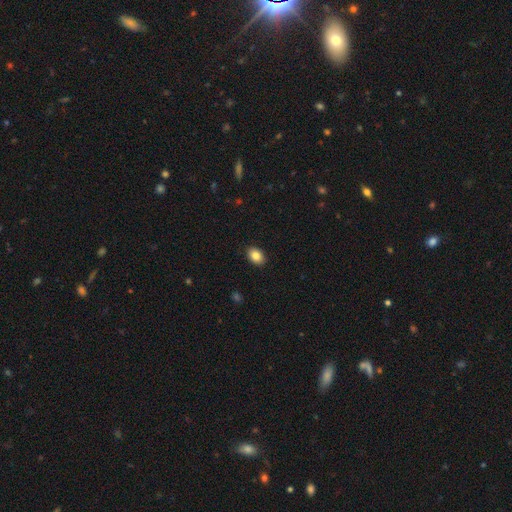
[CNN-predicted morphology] Smooth or featured: smooth — 86% (star or artifact — 8%)
How rounded: in between — 83% (round — 16%)
Merging: none — 90% (minor disturbance — 7%)